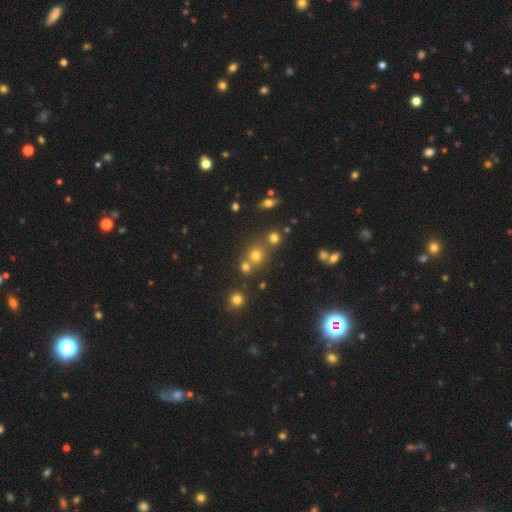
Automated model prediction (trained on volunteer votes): This is likely a smooth galaxy (62%). How rounded: clearly round (85%). Merging: likely none (63%).